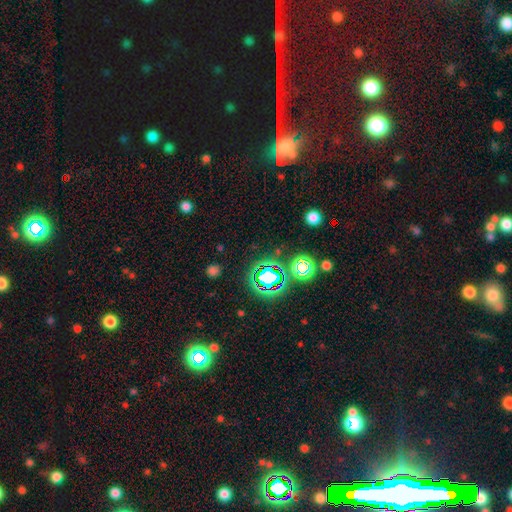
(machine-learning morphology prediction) Overall: star or artifact (71%).